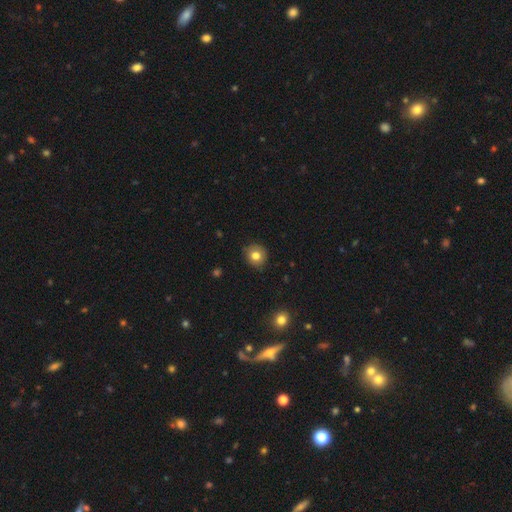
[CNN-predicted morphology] This appears to be a smooth galaxy with no disk features (80%) that is round (89%). Merging: none (86%).